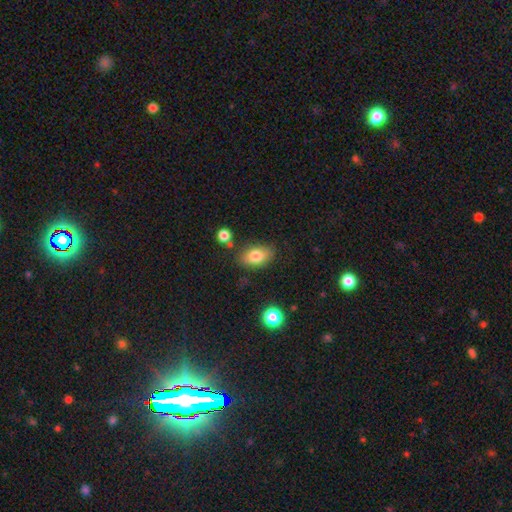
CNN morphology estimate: Smooth or featured?
  - smooth: 79% *
  - featured or disk: 12%
  - star or artifact: 8%
How rounded?
  - in between: 88% *
  - round: 10%
  - cigar-shaped: 2%
Merging?
  - none: 79% *
  - minor disturbance: 13%
  - merger: 4%
  - major disturbance: 3%